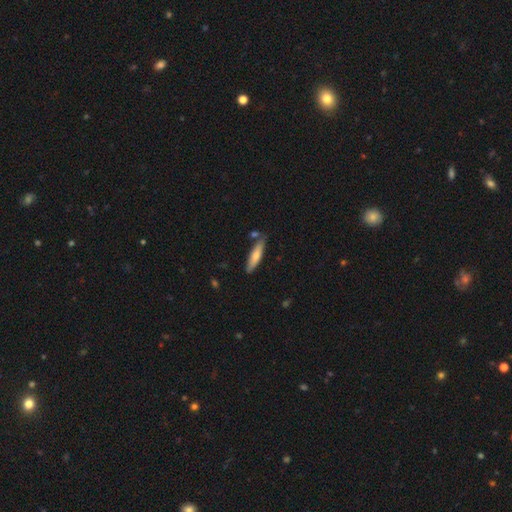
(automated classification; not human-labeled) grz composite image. It shows a smooth galaxy with no disk features (67%) that is cigar-shaped (79%). Merging: none (79%).